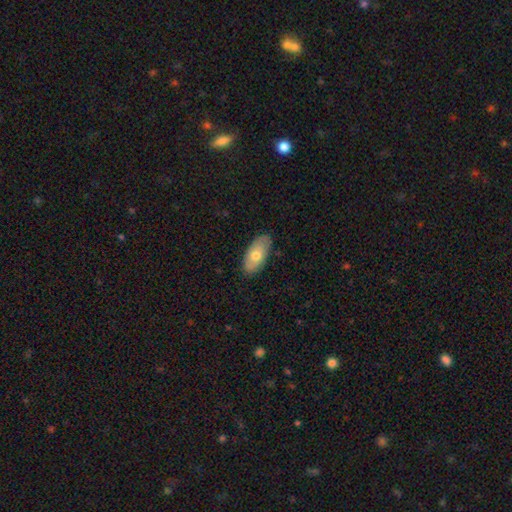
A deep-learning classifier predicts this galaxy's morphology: Smooth or featured? Predicted: smooth (p=0.67). How rounded? Predicted: in between (p=0.92). Merging? Predicted: none (p=0.82).